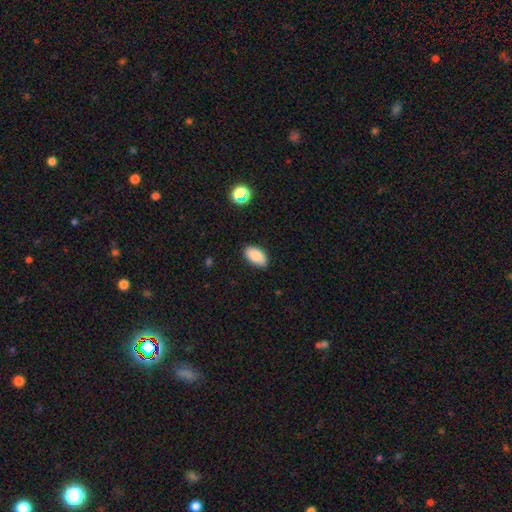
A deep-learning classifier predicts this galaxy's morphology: type=smooth (87%); roundness=in between (94%); merging=none (85%).